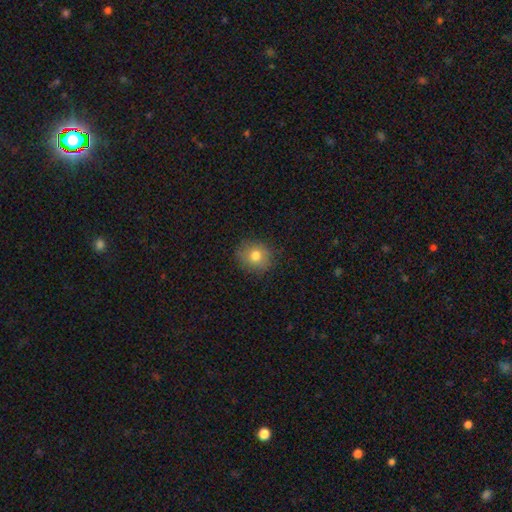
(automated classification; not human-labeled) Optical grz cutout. It shows a smooth galaxy with no disk features (77%) that is round (80%). Merging: none (87%).